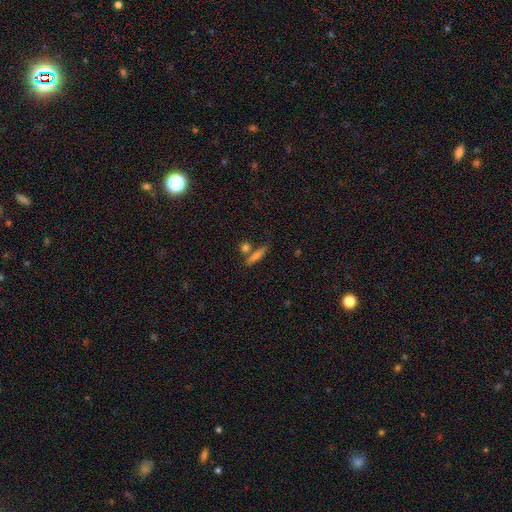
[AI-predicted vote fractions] Smooth or featured?
  - smooth: 71% *
  - featured or disk: 20%
  - star or artifact: 9%
How rounded?
  - cigar-shaped: 79% *
  - in between: 15%
  - round: 6%
Merging?
  - none: 68% *
  - merger: 18%
  - minor disturbance: 11%
  - major disturbance: 4%